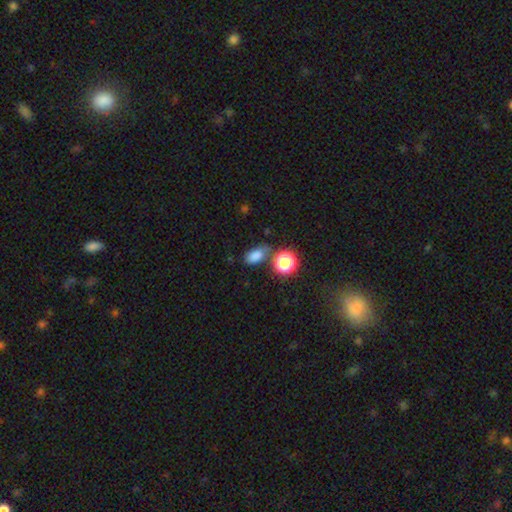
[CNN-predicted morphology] smooth_or_featured: smooth (p=0.76) [alt: star or artifact p=0.17]
how_rounded: in between (p=0.81) [alt: round p=0.16]
merging: none (p=0.64) [alt: minor disturbance p=0.17]